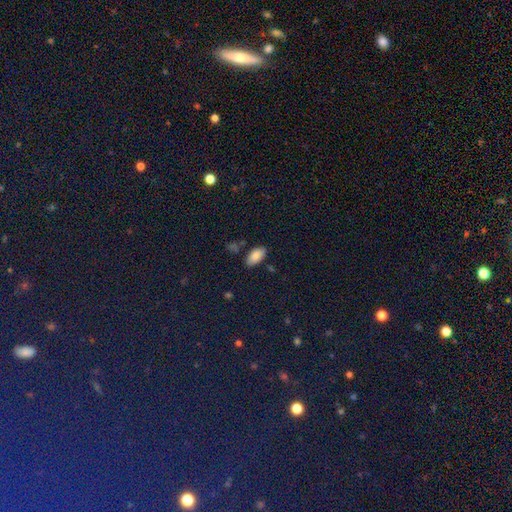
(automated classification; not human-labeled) Q: Smooth or featured?
A: smooth (84%); runner-up: star or artifact (9%)
Q: How rounded?
A: in between (94%); runner-up: cigar-shaped (3%)
Q: Merging?
A: none (80%); runner-up: minor disturbance (12%)